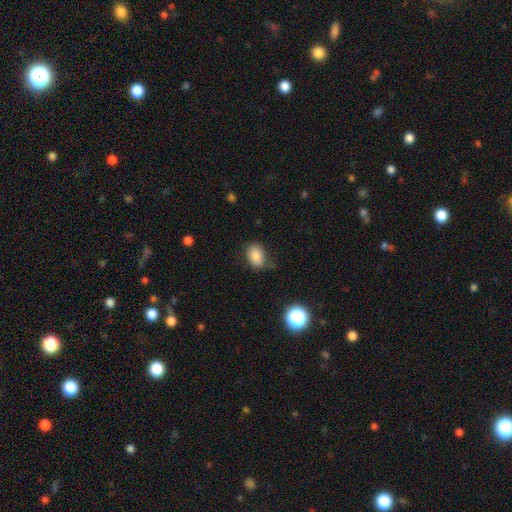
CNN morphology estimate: A smooth galaxy with no disk features (82%) that is in between round and cigar-shaped (75%).

Vote fractions:
- Smooth or featured? smooth: 82% / star or artifact: 10% / featured or disk: 8%
- How rounded? in between: 75% / round: 24% / cigar-shaped: 1%
- Merging? none: 71% / minor disturbance: 21% / major disturbance: 5% / merger: 3%